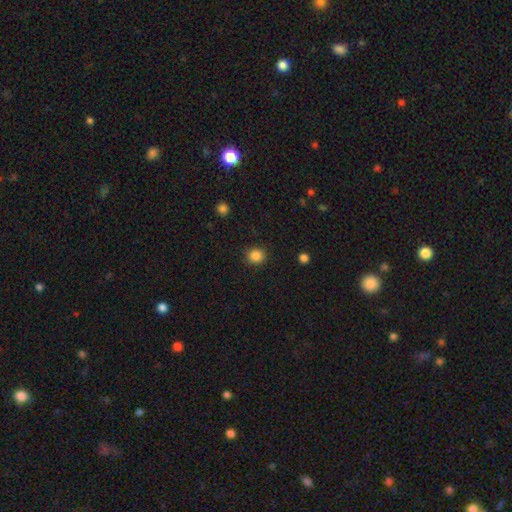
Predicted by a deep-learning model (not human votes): Q: Smooth or featured?
A: smooth (86%); runner-up: star or artifact (11%)
Q: How rounded?
A: round (85%); runner-up: in between (14%)
Q: Merging?
A: none (90%); runner-up: minor disturbance (7%)